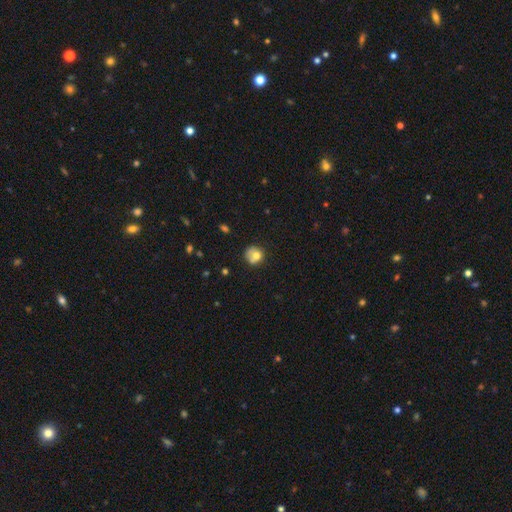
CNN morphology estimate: Q: Smooth or featured?
A: smooth (72%); runner-up: featured or disk (18%)
Q: How rounded?
A: round (81%); runner-up: in between (18%)
Q: Merging?
A: none (50%); runner-up: minor disturbance (21%)